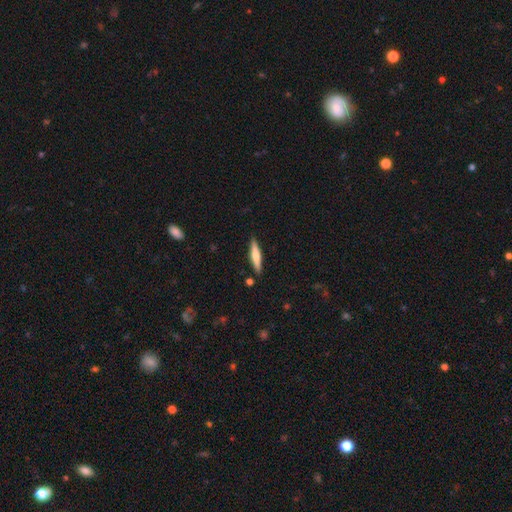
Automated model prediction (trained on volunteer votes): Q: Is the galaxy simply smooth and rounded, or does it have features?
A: smooth — 53%.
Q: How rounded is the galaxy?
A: cigar-shaped — 83%.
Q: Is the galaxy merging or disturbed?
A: none — 88%.